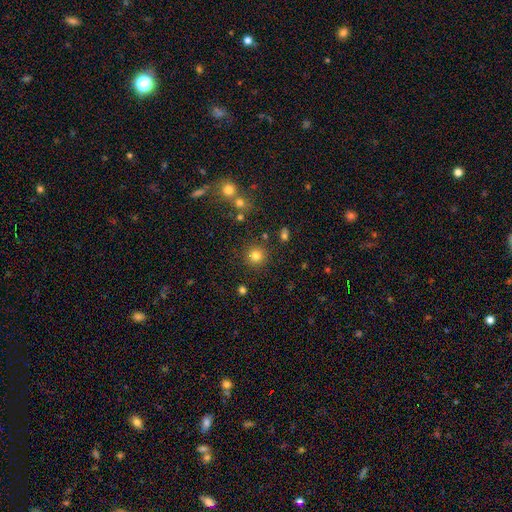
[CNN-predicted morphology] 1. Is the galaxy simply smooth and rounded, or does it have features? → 81% smooth, 13% star or artifact, 6% featured or disk.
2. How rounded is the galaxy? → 95% round, 4% in between, 1% cigar-shaped.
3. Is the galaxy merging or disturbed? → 89% none, 6% minor disturbance, 3% merger, 2% major disturbance.